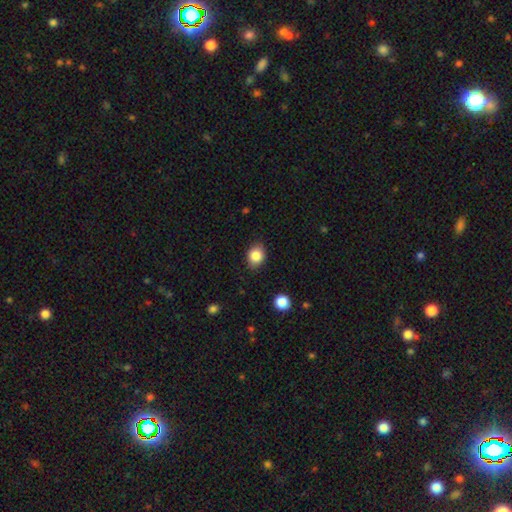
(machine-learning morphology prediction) Q: Smooth or featured?
A: smooth (85%); runner-up: star or artifact (9%)
Q: How rounded?
A: in between (54%); runner-up: round (45%)
Q: Merging?
A: none (84%); runner-up: minor disturbance (13%)